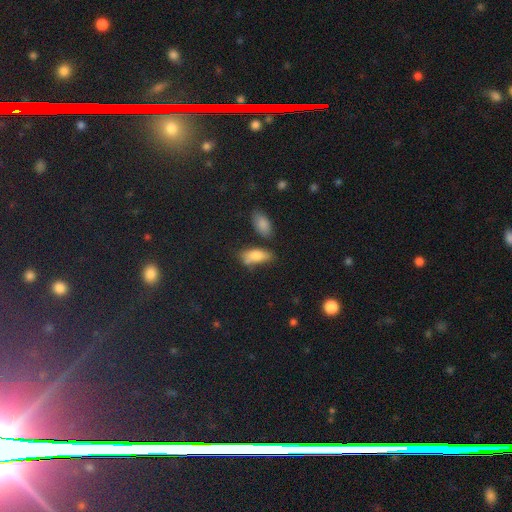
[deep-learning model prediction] smooth-or-featured: smooth: 76% | featured or disk: 15% | star or artifact: 10%
  how-rounded: in between: 81% | cigar-shaped: 15% | round: 4%
  merging: none: 53% | minor disturbance: 23% | merger: 15% | major disturbance: 9%